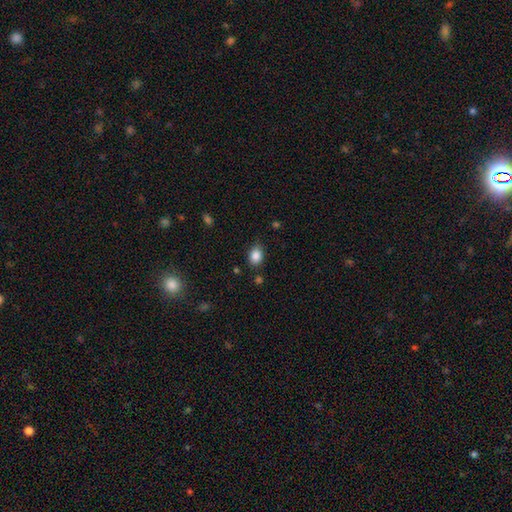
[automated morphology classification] Smooth or featured: smooth — 86% (star or artifact — 9%)
How rounded: in between — 66% (round — 33%)
Merging: none — 78% (minor disturbance — 16%)